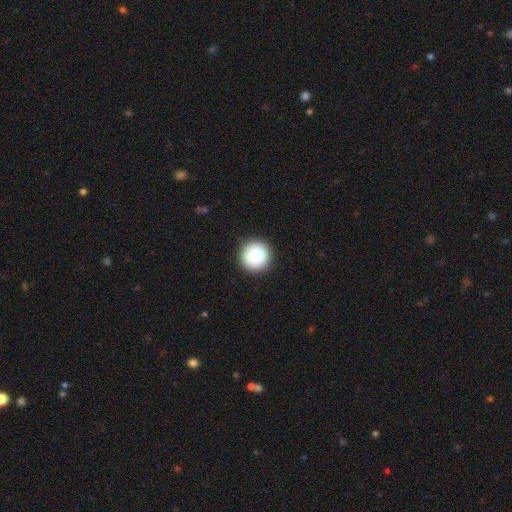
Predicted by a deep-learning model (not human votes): Overall: smooth (83%). How rounded: round (96%). Merging: none (92%).